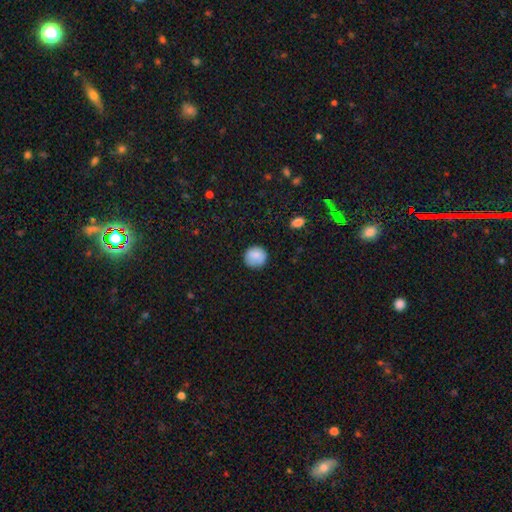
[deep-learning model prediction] Smooth or featured? Predicted: smooth (p=0.85). How rounded? Predicted: round (p=0.92). Merging? Predicted: none (p=0.85).